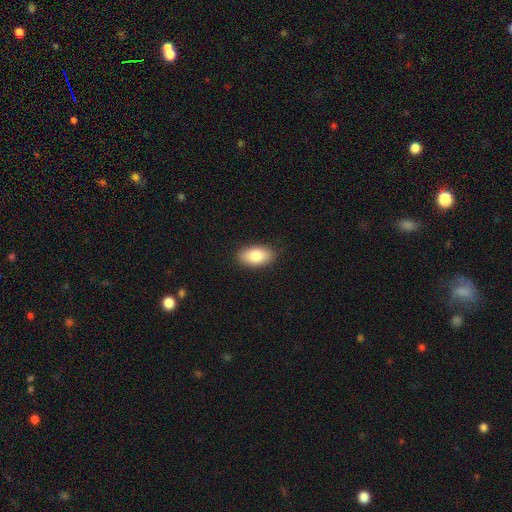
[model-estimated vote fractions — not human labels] A smooth galaxy with no disk features (84%) that is in between round and cigar-shaped (94%). Merging: none (88%).